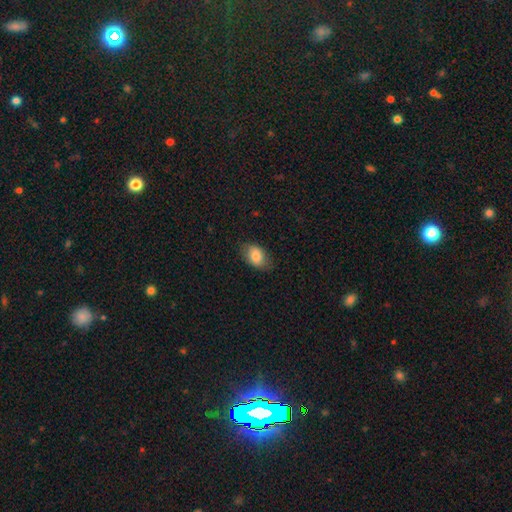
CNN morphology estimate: This appears to be a smooth galaxy with no disk features (83%) that is in between round and cigar-shaped (85%). Merging: none (78%).